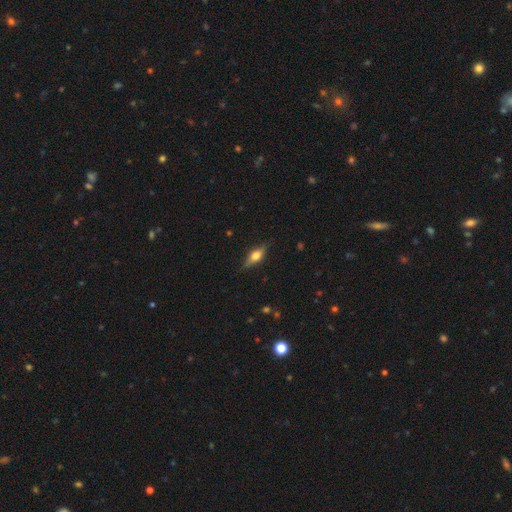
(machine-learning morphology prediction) Smooth or featured: featured or disk — 54% (smooth — 39%)
Edge-on disk: yes — 93% (no — 7%)
Edge-on bulge: rounded — 91% (boxy — 7%)
Merging: none — 83% (minor disturbance — 13%)